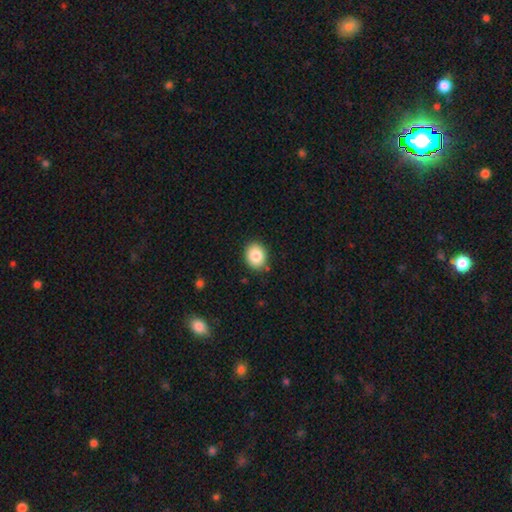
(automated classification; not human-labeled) Overall: smooth (86%). How rounded: round (51%; in between 48%). Merging: none (87%).